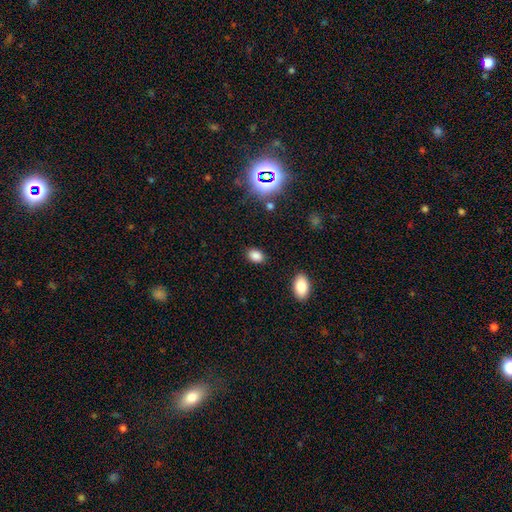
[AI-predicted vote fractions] Overall: smooth (82%). How rounded: in between (79%). Merging: none (86%).